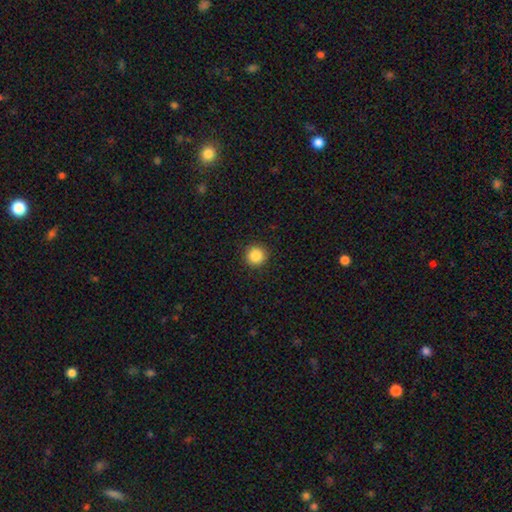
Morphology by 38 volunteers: A smooth galaxy with no disk features (92%) that is round (97%). Merging: none (92%).